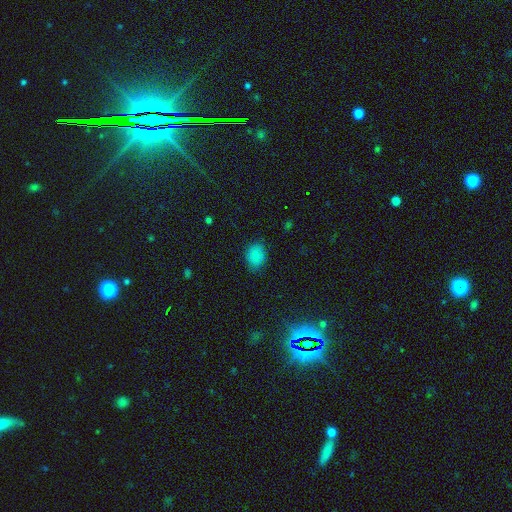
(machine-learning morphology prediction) Smooth or featured: smooth — 83% (star or artifact — 11%)
How rounded: in between — 67% (round — 32%)
Merging: none — 78% (minor disturbance — 17%)